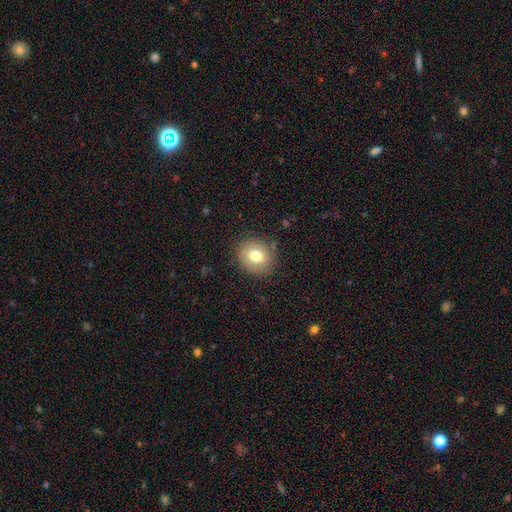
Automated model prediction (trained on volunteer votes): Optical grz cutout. It shows a smooth galaxy with no disk features (77%) that is round (78%). Merging: none (85%).